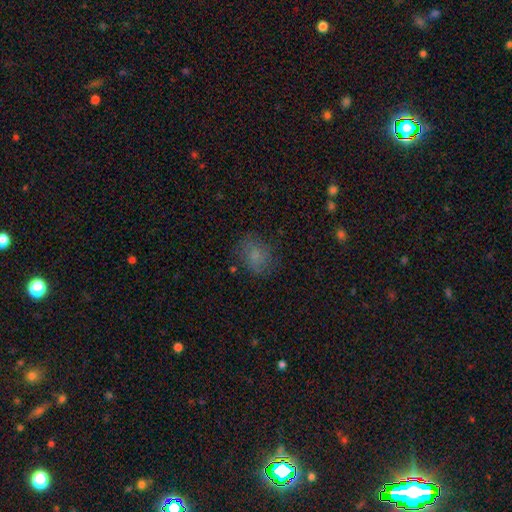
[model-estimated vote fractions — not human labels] smooth_or_featured: smooth (p=0.72) [alt: featured or disk p=0.14]
how_rounded: round (p=0.52) [alt: in between p=0.47]
merging: none (p=0.74) [alt: minor disturbance p=0.18]